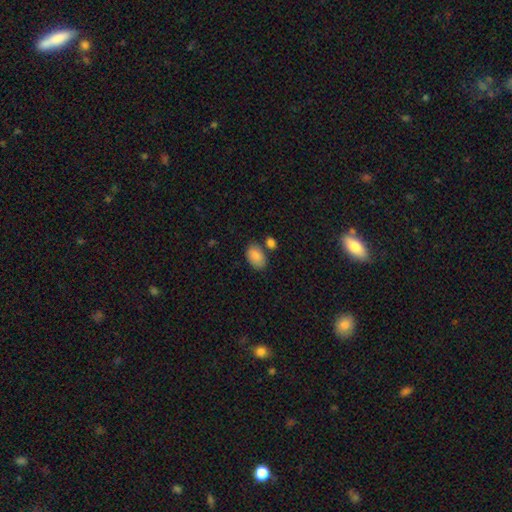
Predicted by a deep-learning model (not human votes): smooth-or-featured: smooth: 87% | star or artifact: 7% | featured or disk: 6%
  how-rounded: in between: 89% | round: 10% | cigar-shaped: 1%
  merging: none: 66% | minor disturbance: 16% | merger: 14% | major disturbance: 4%